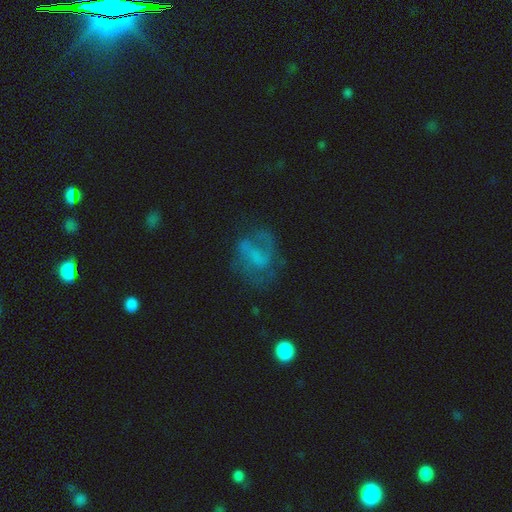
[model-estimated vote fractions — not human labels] This is likely a featured or disk galaxy (61%). It is clearly not viewed edge-on (97%). Bar: marginally no (42%). Spiral arm pattern: likely yes (71%). Central bulge: possibly none (57%). Merging: possibly none (53%).